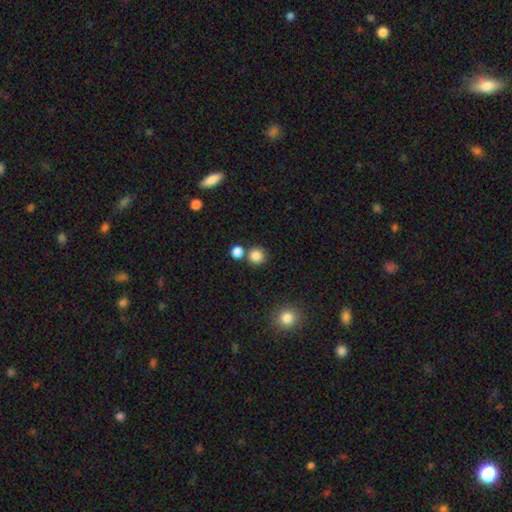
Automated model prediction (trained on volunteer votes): The model was most divided on "merging": none: 72%, merger: 18%, minor disturbance: 7%, major disturbance: 3%. More confident: how rounded — round (91%); smooth or featured — smooth (85%).